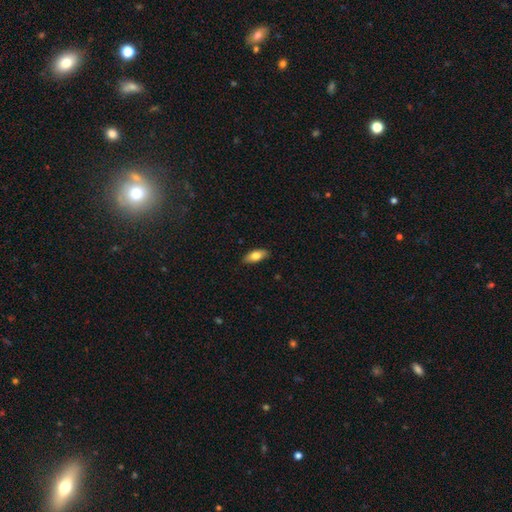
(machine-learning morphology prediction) Q: Smooth or featured?
A: smooth (75%); runner-up: featured or disk (19%)
Q: How rounded?
A: in between (82%); runner-up: cigar-shaped (16%)
Q: Merging?
A: none (87%); runner-up: minor disturbance (10%)